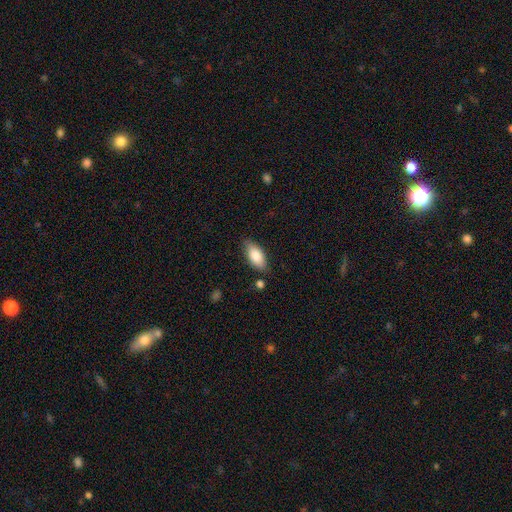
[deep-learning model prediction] The model was most divided on "merging": none: 79%, minor disturbance: 15%, major disturbance: 3%, merger: 3%. More confident: how rounded — in between (89%); smooth or featured — smooth (84%).